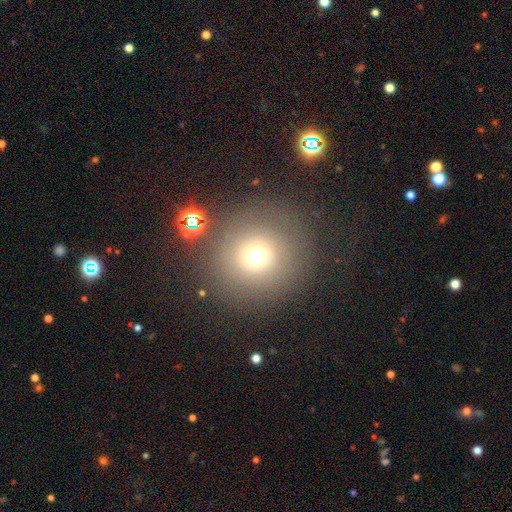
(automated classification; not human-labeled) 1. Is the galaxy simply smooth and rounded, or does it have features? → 67% smooth, 20% star or artifact, 12% featured or disk.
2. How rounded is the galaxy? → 92% round, 7% in between, 1% cigar-shaped.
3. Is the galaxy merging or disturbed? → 79% none, 9% minor disturbance, 6% merger, 6% major disturbance.